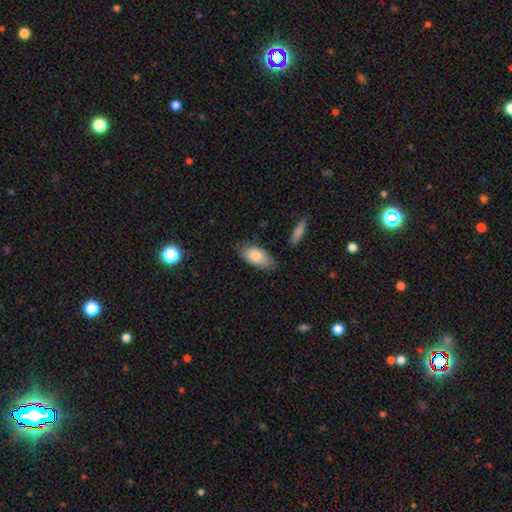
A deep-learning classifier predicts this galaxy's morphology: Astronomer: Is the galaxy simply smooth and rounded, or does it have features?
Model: smooth — 82%.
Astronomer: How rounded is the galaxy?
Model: in between — 91%.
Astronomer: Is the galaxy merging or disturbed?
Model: none — 76%.